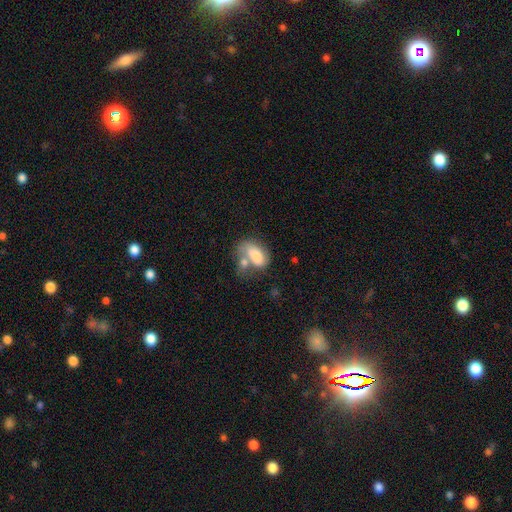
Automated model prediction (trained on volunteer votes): A smooth galaxy with no disk features (70%) that is in between round and cigar-shaped (89%). Merging: merger (51%).